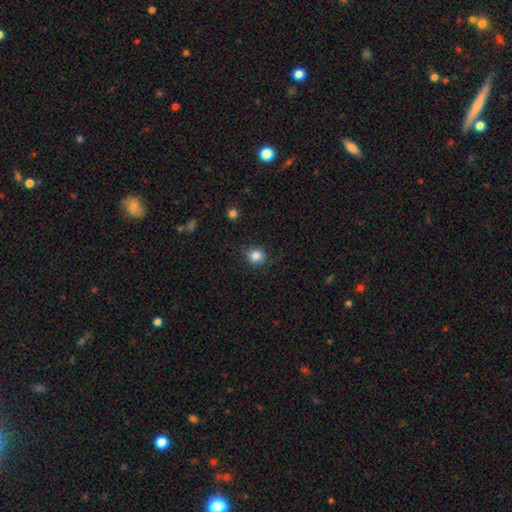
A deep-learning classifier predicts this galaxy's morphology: A smooth galaxy with no disk features (84%) that is round (85%).

Vote fractions:
- Smooth or featured? smooth: 84% / star or artifact: 11% / featured or disk: 5%
- How rounded? round: 85% / in between: 14% / cigar-shaped: 1%
- Merging? none: 86% / minor disturbance: 10% / major disturbance: 3% / merger: 1%